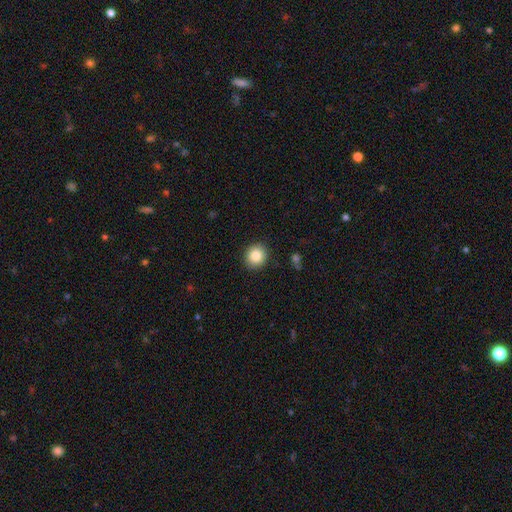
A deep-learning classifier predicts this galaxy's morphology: smooth-or-featured: smooth: 85% | star or artifact: 9% | featured or disk: 6%
  how-rounded: round: 84% | in between: 15% | cigar-shaped: 1%
  merging: none: 90% | minor disturbance: 7% | major disturbance: 2% | merger: 1%